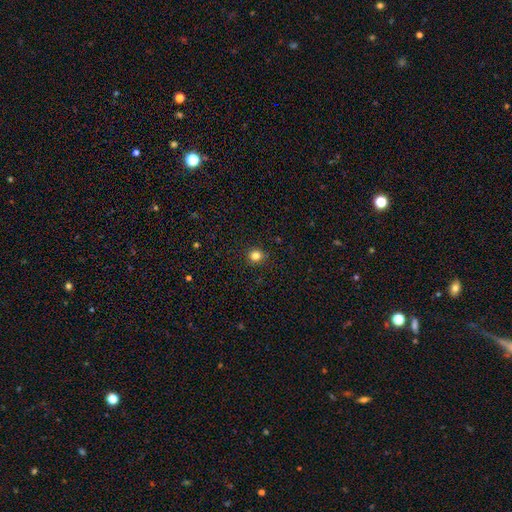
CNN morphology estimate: Smooth or featured? smooth (82%)
How rounded? round (91%)
Merging? none (91%)